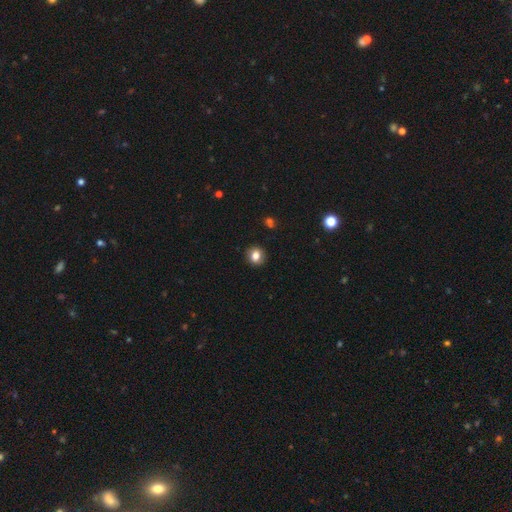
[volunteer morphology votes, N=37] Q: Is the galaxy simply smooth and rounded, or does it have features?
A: smooth — 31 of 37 (84%).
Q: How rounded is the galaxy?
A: round — 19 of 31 (61%).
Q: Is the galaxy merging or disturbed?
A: none — 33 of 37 (89%).